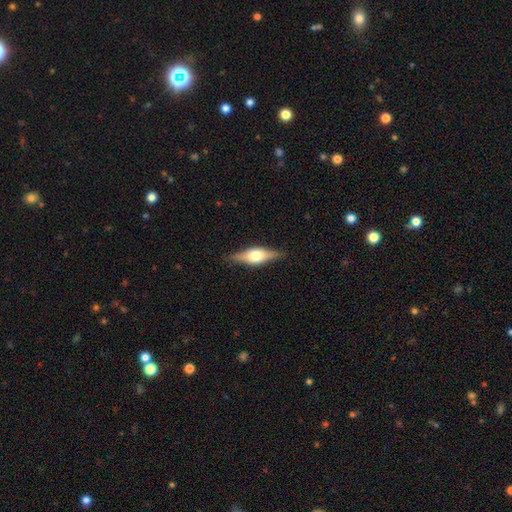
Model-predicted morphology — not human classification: Smooth or featured?
  - featured or disk: 62% *
  - smooth: 32%
  - star or artifact: 6%
Edge-on disk?
  - yes: 95% *
  - no: 5%
Edge-on bulge?
  - rounded: 88% *
  - boxy: 10%
  - none: 2%
Merging?
  - none: 86% *
  - minor disturbance: 11%
  - major disturbance: 2%
  - merger: 1%